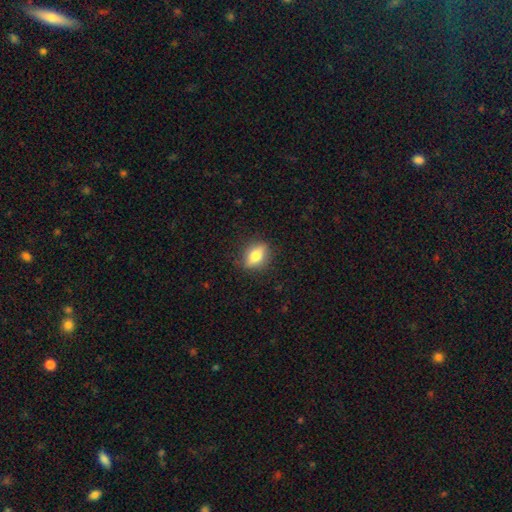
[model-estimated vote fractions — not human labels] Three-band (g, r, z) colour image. It shows a smooth galaxy with no disk features (69%) that is in between round and cigar-shaped (72%). Merging: none (84%).